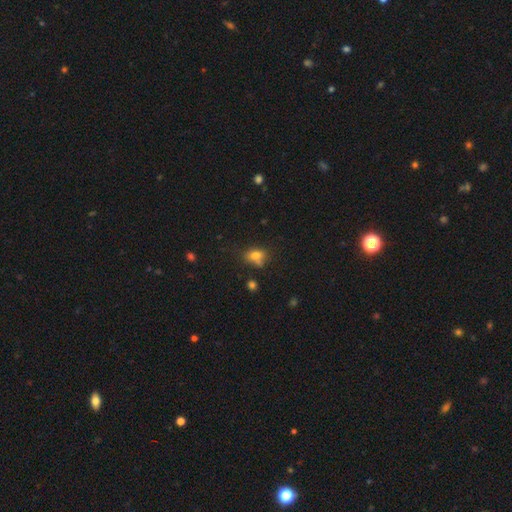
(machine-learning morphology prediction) Smooth or featured: smooth — 74% (star or artifact — 13%)
How rounded: in between — 61% (round — 36%)
Merging: none — 53% (minor disturbance — 22%)